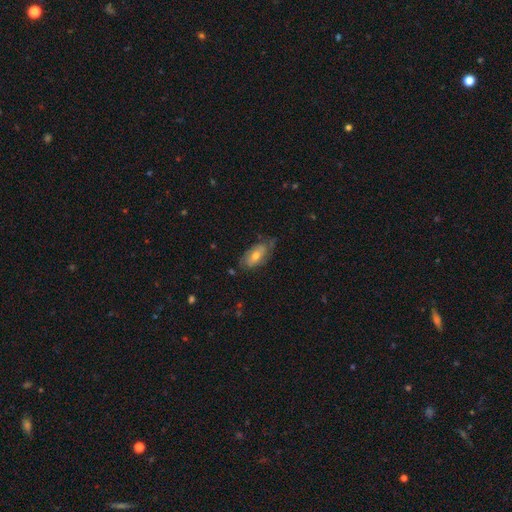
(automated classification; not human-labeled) smooth 49%, featured or disk 43%, star or artifact 8%. Down the decision tree: merging — none (59%).